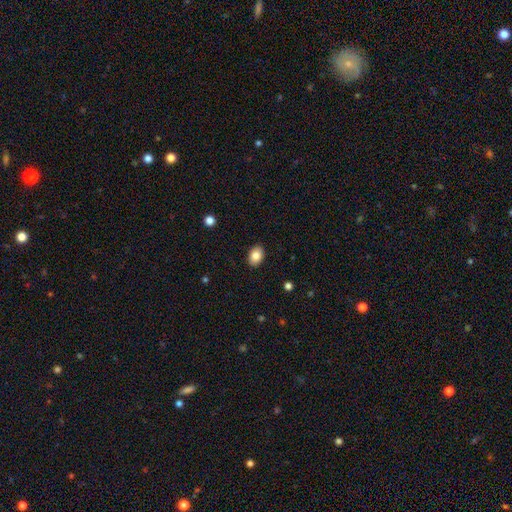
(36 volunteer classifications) This is clearly a smooth galaxy (92%). How rounded: likely in between (79%). Merging: clearly none (97%).